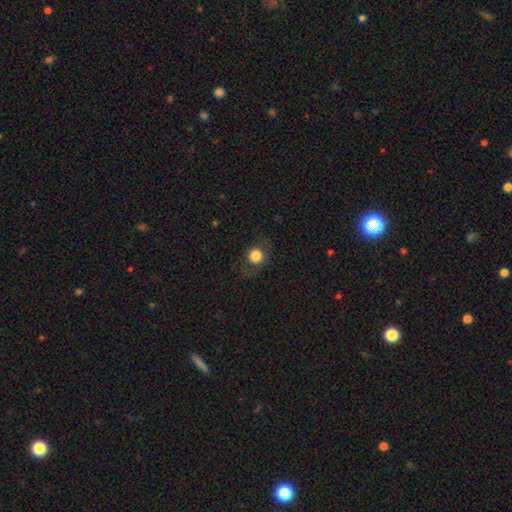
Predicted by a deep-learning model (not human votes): Smooth or featured? smooth (77%)
How rounded? round (86%)
Merging? none (79%)